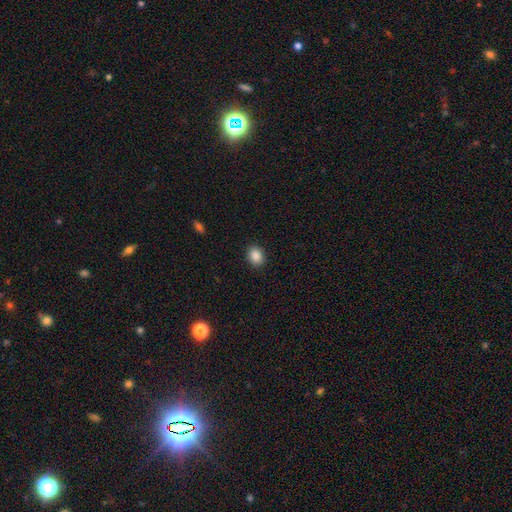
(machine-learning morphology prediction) type=smooth (88%); roundness=in between (55%); merging=none (90%).